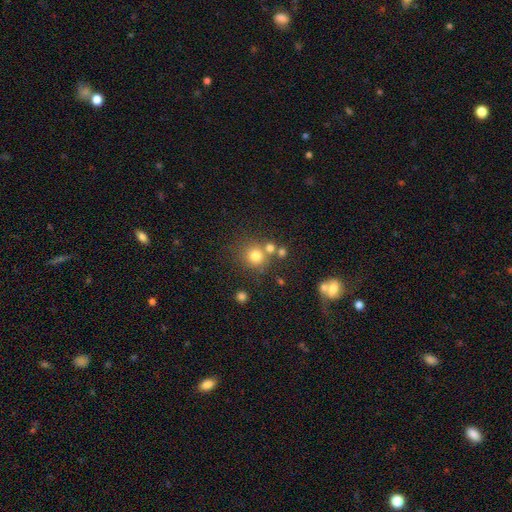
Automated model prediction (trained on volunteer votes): Smooth or featured? smooth (76%)
How rounded? round (90%)
Merging? none (68%)